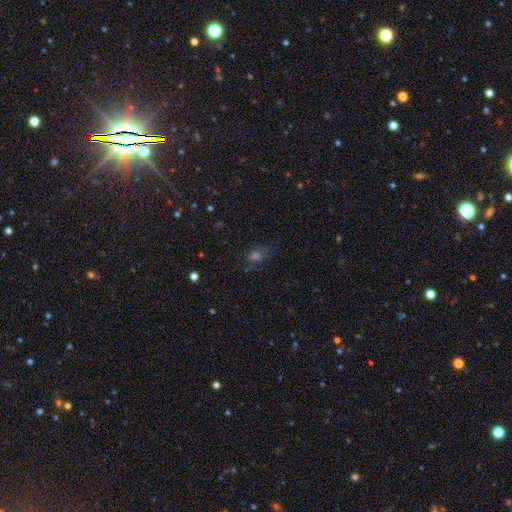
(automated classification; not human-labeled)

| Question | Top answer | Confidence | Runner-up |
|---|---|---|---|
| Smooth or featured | star or artifact | 41% | smooth (39%) |